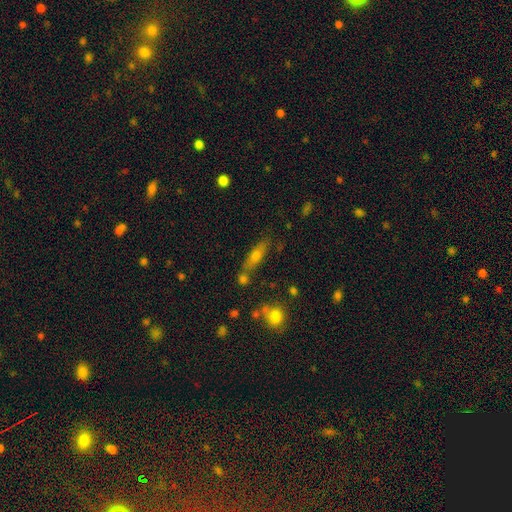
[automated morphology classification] smooth_or_featured: smooth (p=0.57) [alt: featured or disk p=0.32]
how_rounded: cigar-shaped (p=0.61) [alt: in between p=0.34]
merging: none (p=0.68) [alt: minor disturbance p=0.14]